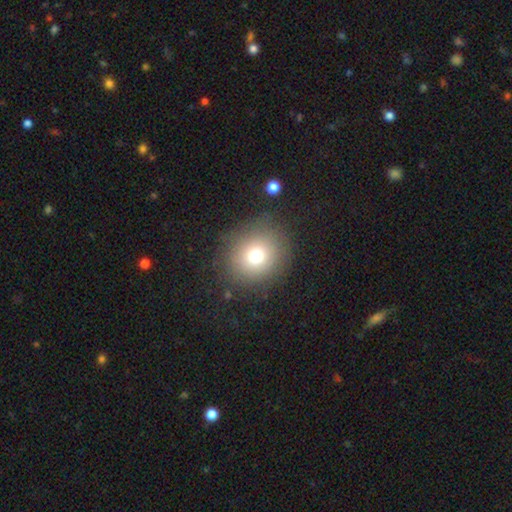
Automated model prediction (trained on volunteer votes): A smooth galaxy with no disk features (73%) that is round (81%). Merging: none (84%).